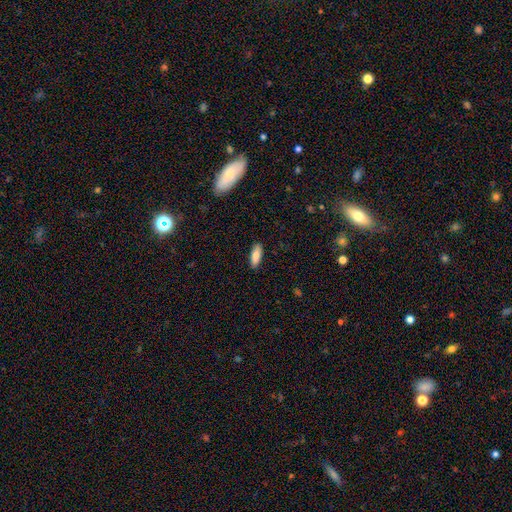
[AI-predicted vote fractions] Smooth or featured? Predicted: smooth (p=0.83). How rounded? Predicted: in between (p=0.66). Merging? Predicted: none (p=0.89).